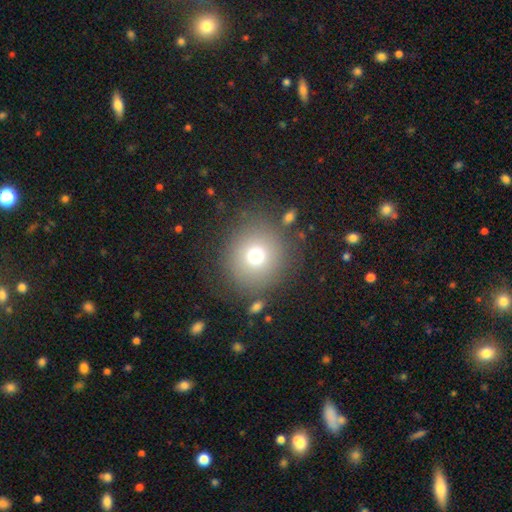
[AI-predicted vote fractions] smooth 72%, star or artifact 16%, featured or disk 13%. Down the decision tree: how rounded — round (91%); merging — none (80%).